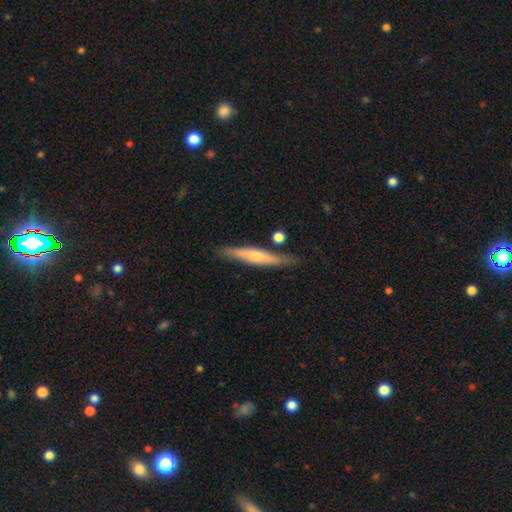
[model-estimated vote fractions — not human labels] smooth-or-featured: featured or disk: 58% | smooth: 36% | star or artifact: 6%
  disk-edge-on: yes: 93% | no: 7%
    edge-on-bulge: rounded: 79% | none: 15% | boxy: 6%
  merging: none: 82% | minor disturbance: 12% | merger: 4% | major disturbance: 2%